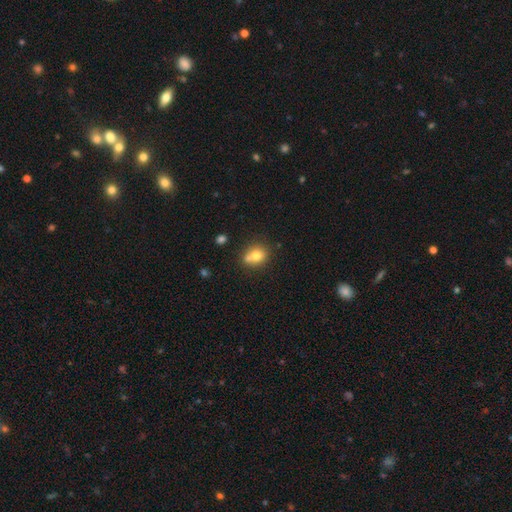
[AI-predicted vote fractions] Q: Smooth or featured?
A: smooth (75%); runner-up: featured or disk (14%)
Q: How rounded?
A: round (65%); runner-up: in between (34%)
Q: Merging?
A: none (51%); runner-up: merger (29%)